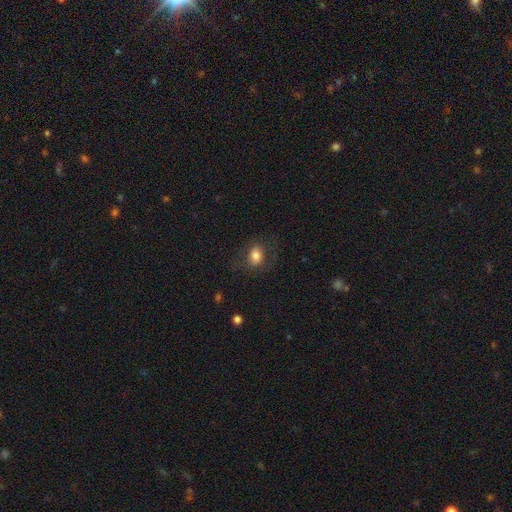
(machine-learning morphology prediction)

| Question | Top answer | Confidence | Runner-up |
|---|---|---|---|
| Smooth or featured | smooth | 77% | featured or disk (14%) |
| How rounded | in between | 65% | round (34%) |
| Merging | none | 71% | minor disturbance (16%) |